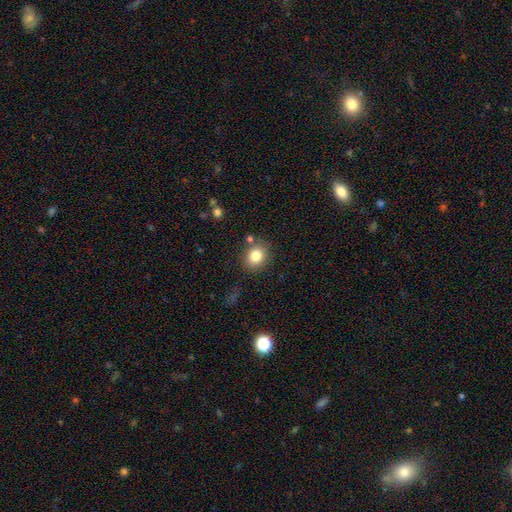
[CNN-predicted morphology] Smooth or featured?
  - smooth: 82% *
  - star or artifact: 11%
  - featured or disk: 8%
How rounded?
  - round: 71% *
  - in between: 29%
  - cigar-shaped: 1%
Merging?
  - none: 79% *
  - minor disturbance: 11%
  - merger: 6%
  - major disturbance: 3%